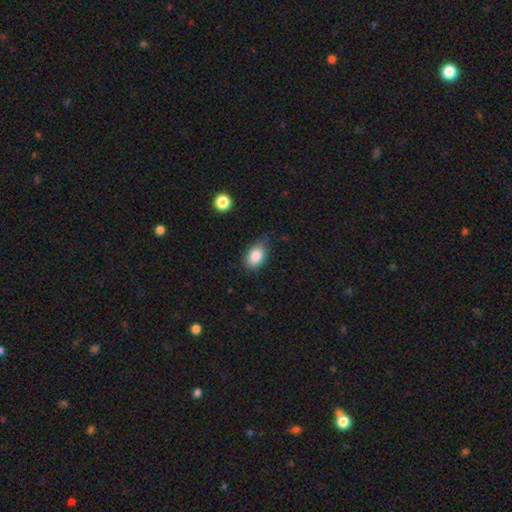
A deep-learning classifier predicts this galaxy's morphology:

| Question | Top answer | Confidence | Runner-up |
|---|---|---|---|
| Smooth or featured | smooth | 84% | star or artifact (8%) |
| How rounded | in between | 81% | round (18%) |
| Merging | none | 70% | minor disturbance (24%) |